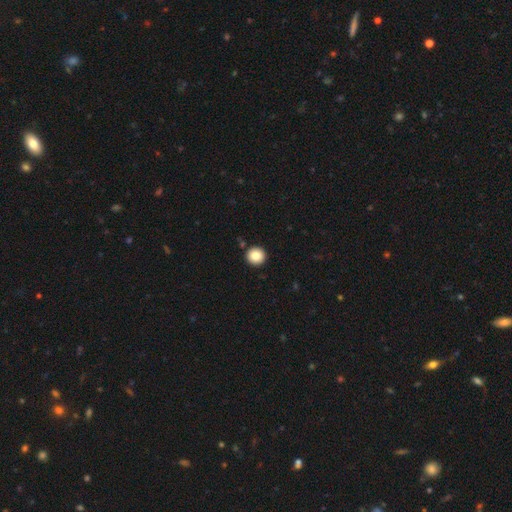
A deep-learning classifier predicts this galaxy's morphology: smooth 85%, star or artifact 9%, featured or disk 6%. Down the decision tree: how rounded — round (95%); merging — none (92%).